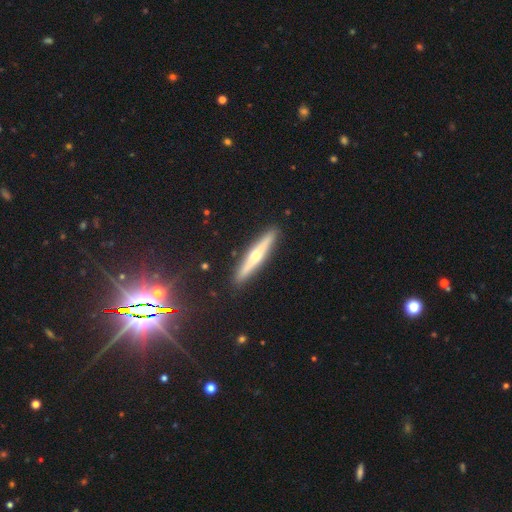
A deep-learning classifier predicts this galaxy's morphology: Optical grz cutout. It shows a featured or disk galaxy (63%) viewed edge-on (96%) with a rounded central bulge (87%). Merging: none (91%).